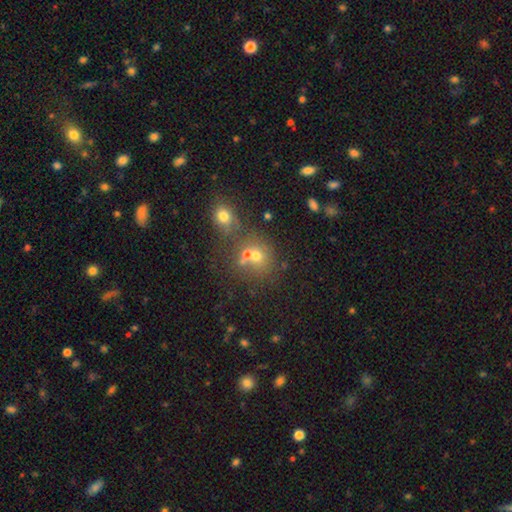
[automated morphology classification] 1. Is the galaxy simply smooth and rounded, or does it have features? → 63% smooth, 21% star or artifact, 17% featured or disk.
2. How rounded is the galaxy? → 76% round, 23% in between, 1% cigar-shaped.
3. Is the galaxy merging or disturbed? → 43% none, 42% merger, 9% minor disturbance, 5% major disturbance.